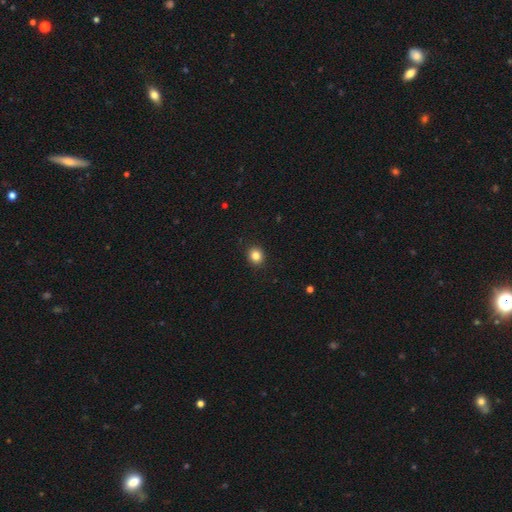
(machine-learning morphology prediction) type=smooth (84%); roundness=round (80%); merging=none (92%).